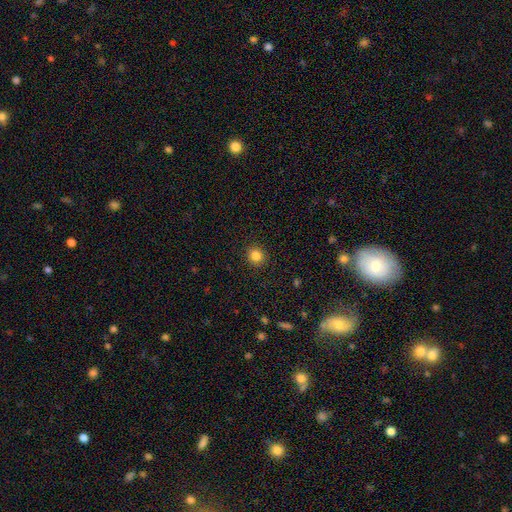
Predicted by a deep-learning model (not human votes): This is clearly a smooth galaxy (84%). How rounded: clearly round (85%). Merging: clearly none (91%).